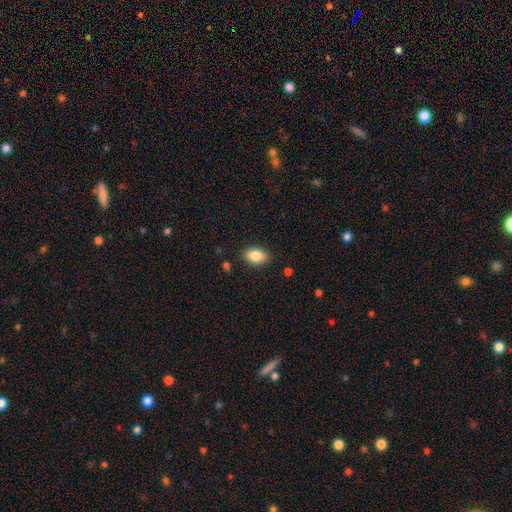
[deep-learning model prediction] Overall: smooth (85%). How rounded: in between (83%). Merging: none (86%).